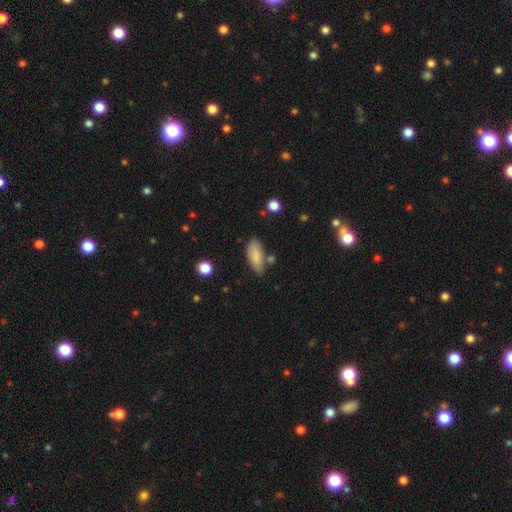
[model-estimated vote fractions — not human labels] The model was most divided on "merging": none: 69%, minor disturbance: 20%, merger: 7%, major disturbance: 4%. More confident: smooth or featured — smooth (83%); how rounded — in between (82%).